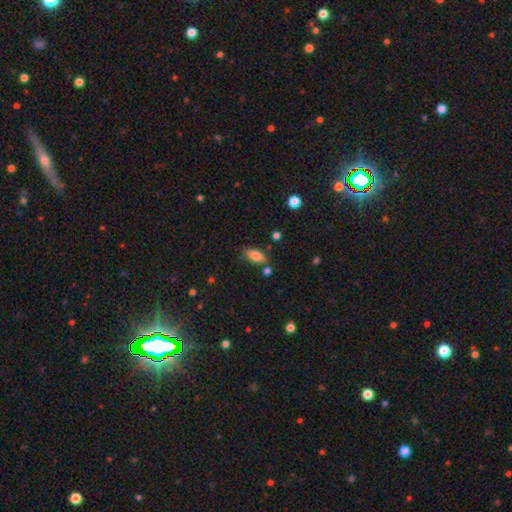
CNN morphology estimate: A smooth galaxy with no disk features (80%) that is in between round and cigar-shaped (85%).

Vote fractions:
- Smooth or featured? smooth: 80% / featured or disk: 12% / star or artifact: 8%
- How rounded? in between: 85% / cigar-shaped: 11% / round: 4%
- Merging? none: 75% / minor disturbance: 15% / merger: 7% / major disturbance: 4%